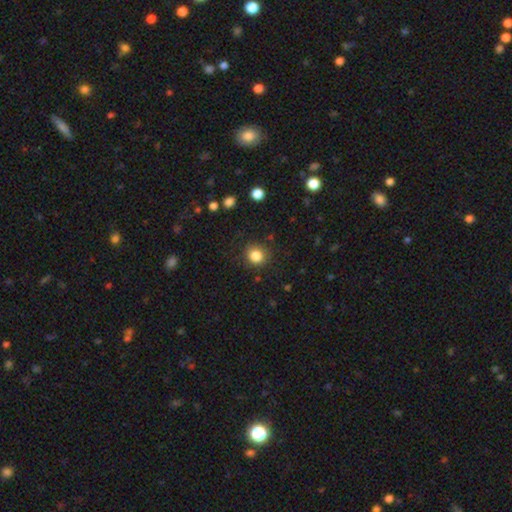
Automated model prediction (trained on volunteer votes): Smooth or featured: smooth — 85% (star or artifact — 11%)
How rounded: round — 81% (in between — 18%)
Merging: none — 85% (minor disturbance — 10%)